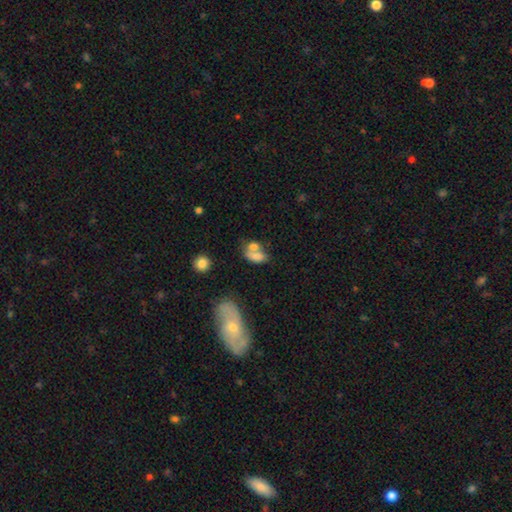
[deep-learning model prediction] smooth-or-featured: smooth: 71% | featured or disk: 18% | star or artifact: 11%
  how-rounded: in between: 83% | round: 13% | cigar-shaped: 4%
  merging: merger: 55% | none: 24% | minor disturbance: 12% | major disturbance: 9%